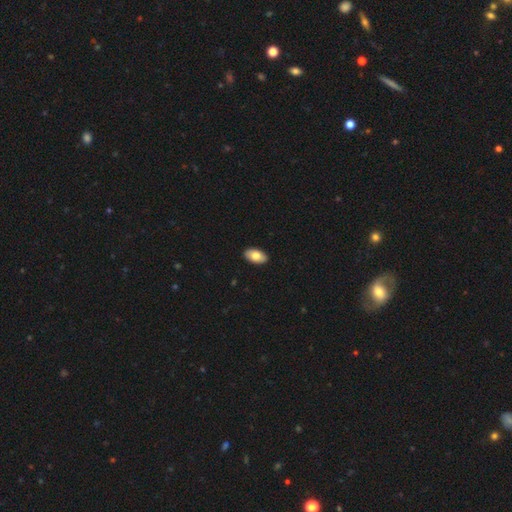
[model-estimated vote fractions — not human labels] This appears to be a smooth galaxy with no disk features (80%) that is in between round and cigar-shaped (95%). Merging: none (91%).